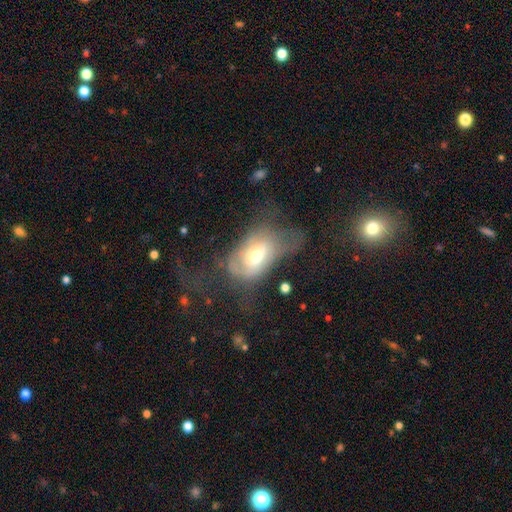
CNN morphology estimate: This appears to be a featured or disk galaxy (47%). Merging: major disturbance (44%).